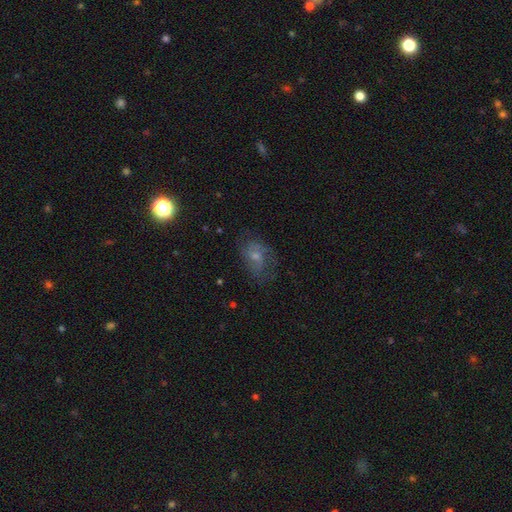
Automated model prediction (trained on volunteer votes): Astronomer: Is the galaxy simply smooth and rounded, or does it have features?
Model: featured or disk — 53% (runner-up: smooth, 28%).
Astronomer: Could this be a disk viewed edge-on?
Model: no — 96%.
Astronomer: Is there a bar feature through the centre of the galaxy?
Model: no — 67%.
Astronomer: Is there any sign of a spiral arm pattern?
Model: yes — 77%.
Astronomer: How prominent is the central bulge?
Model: small — 50% (runner-up: moderate, 40%).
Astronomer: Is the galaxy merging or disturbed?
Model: none — 63%.